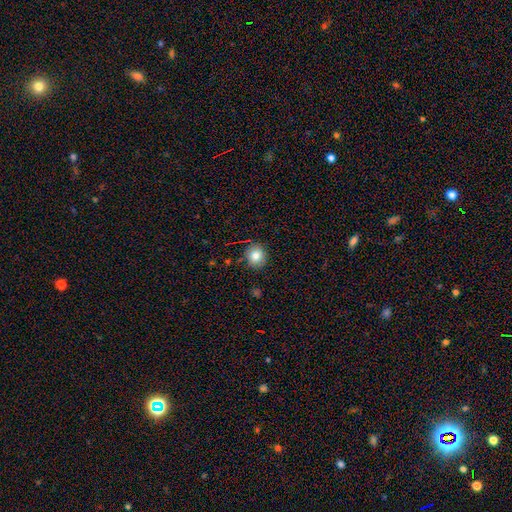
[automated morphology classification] Smooth or featured? smooth (82%)
How rounded? round (86%)
Merging? none (87%)